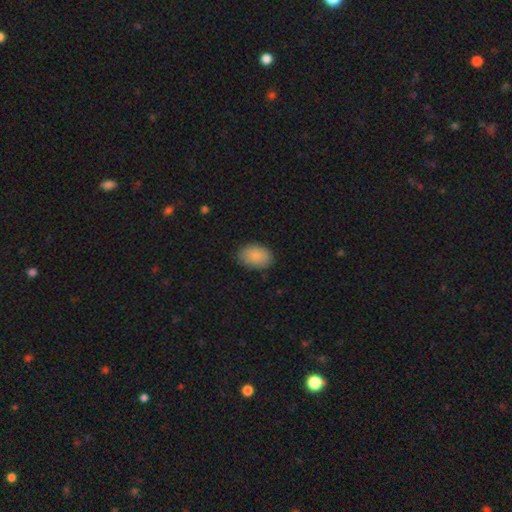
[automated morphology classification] Smooth or featured? Predicted: smooth (p=0.87). How rounded? Predicted: in between (p=0.86). Merging? Predicted: none (p=0.85).